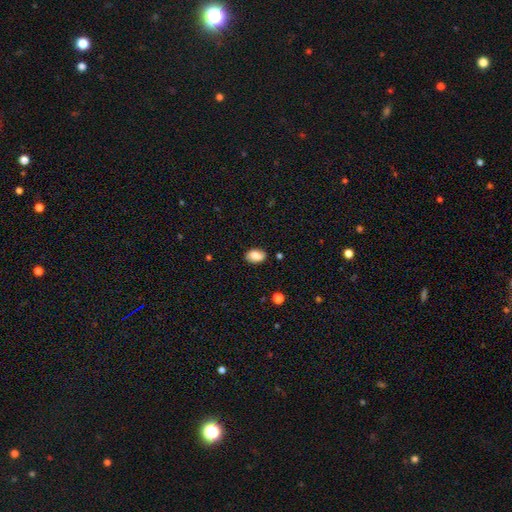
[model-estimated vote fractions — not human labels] A smooth galaxy with no disk features (80%) that is in between round and cigar-shaped (89%).

Vote fractions:
- Smooth or featured? smooth: 80% / featured or disk: 12% / star or artifact: 8%
- How rounded? in between: 89% / round: 9% / cigar-shaped: 2%
- Merging? none: 82% / minor disturbance: 14% / major disturbance: 3% / merger: 2%